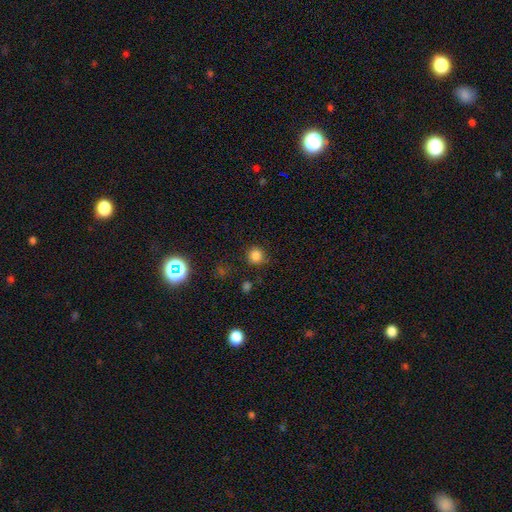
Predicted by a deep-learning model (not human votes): Overall: smooth (82%). How rounded: round (91%). Merging: none (84%).